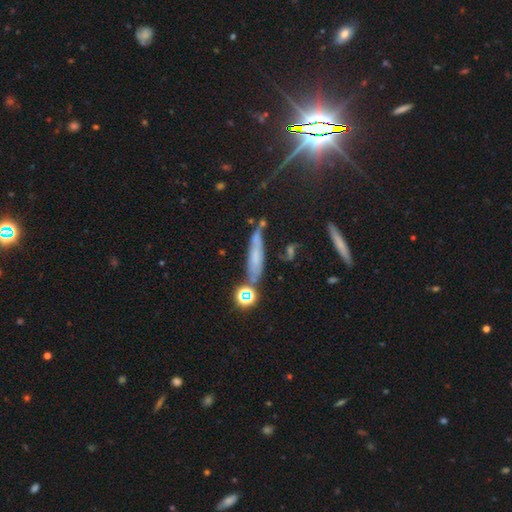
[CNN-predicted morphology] smooth-or-featured: smooth: 46% | featured or disk: 34% | star or artifact: 20%
  merging: none: 66% | minor disturbance: 17% | merger: 12% | major disturbance: 5%